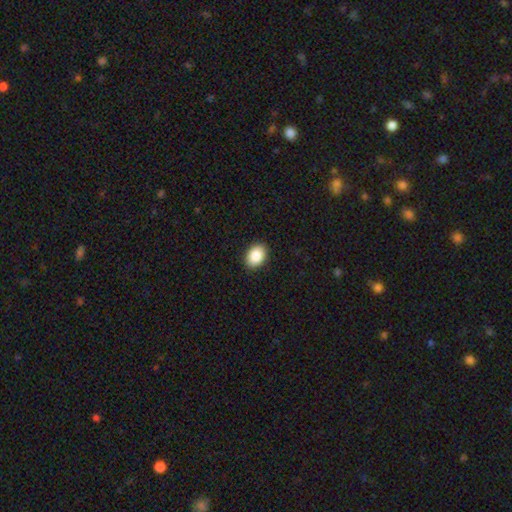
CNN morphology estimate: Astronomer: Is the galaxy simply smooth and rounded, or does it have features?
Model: smooth — 89%.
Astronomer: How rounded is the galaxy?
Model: in between — 79%.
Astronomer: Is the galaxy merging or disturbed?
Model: none — 89%.